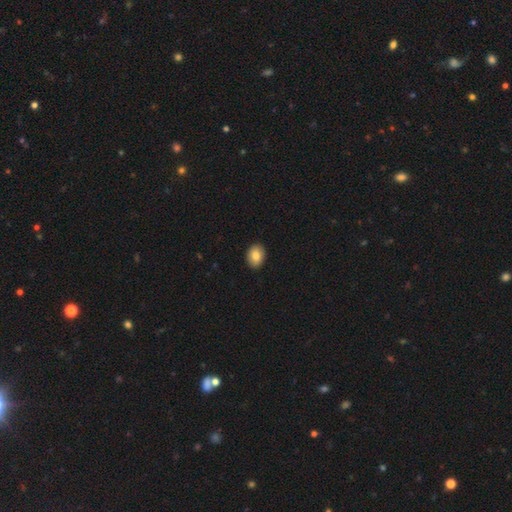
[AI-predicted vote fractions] Smooth or featured?
  - smooth: 83% *
  - featured or disk: 9%
  - star or artifact: 8%
How rounded?
  - in between: 72% *
  - round: 27%
  - cigar-shaped: 1%
Merging?
  - none: 91% *
  - minor disturbance: 7%
  - major disturbance: 2%
  - merger: 1%